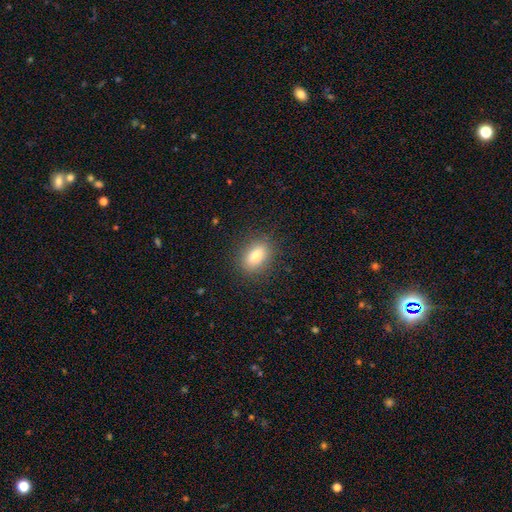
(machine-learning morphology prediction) A smooth galaxy with no disk features (78%) that is in between round and cigar-shaped (77%). Merging: none (86%).